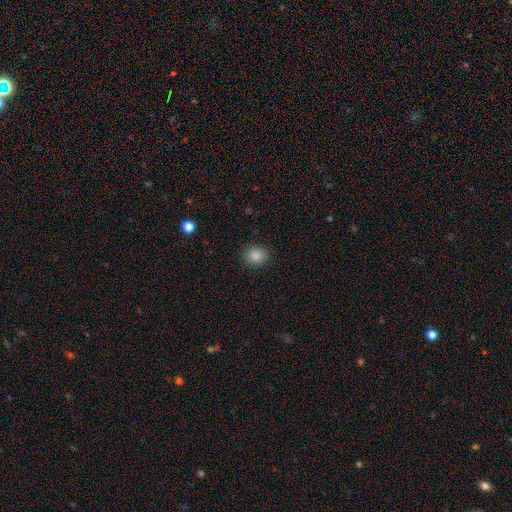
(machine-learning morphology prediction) A smooth galaxy with no disk features (86%) that is round (62%). Merging: none (88%).